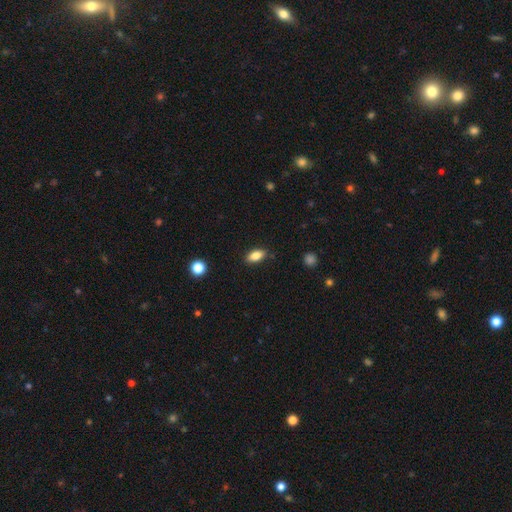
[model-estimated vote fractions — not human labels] Smooth or featured: smooth — 83% (featured or disk — 8%)
How rounded: in between — 89% (cigar-shaped — 7%)
Merging: none — 86% (minor disturbance — 10%)